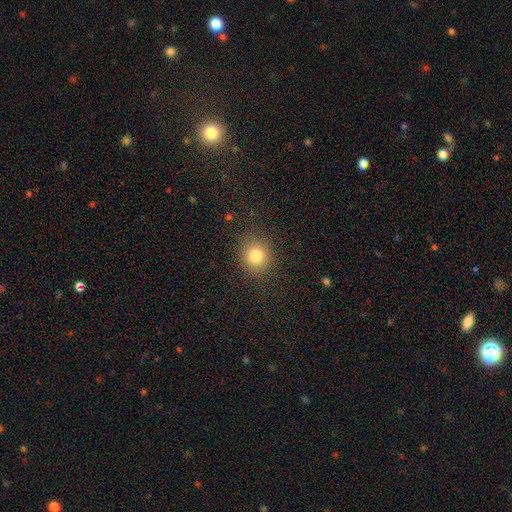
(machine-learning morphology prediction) The model was most divided on "how rounded": round: 76%, in between: 23%, cigar-shaped: 1%. More confident: merging — none (86%); smooth or featured — smooth (81%).